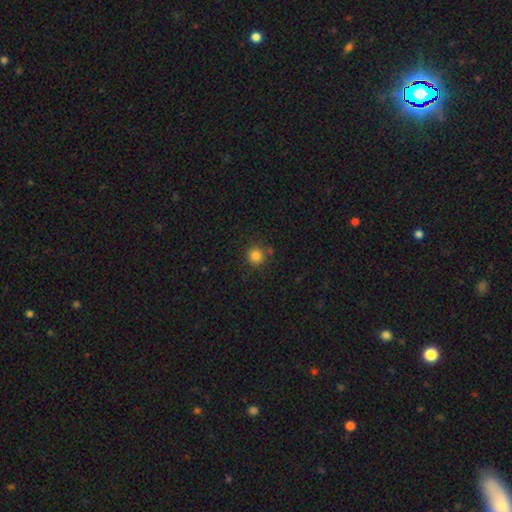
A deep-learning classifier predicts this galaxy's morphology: Smooth or featured: smooth — 83% (star or artifact — 13%)
How rounded: round — 94% (in between — 5%)
Merging: none — 80% (minor disturbance — 10%)